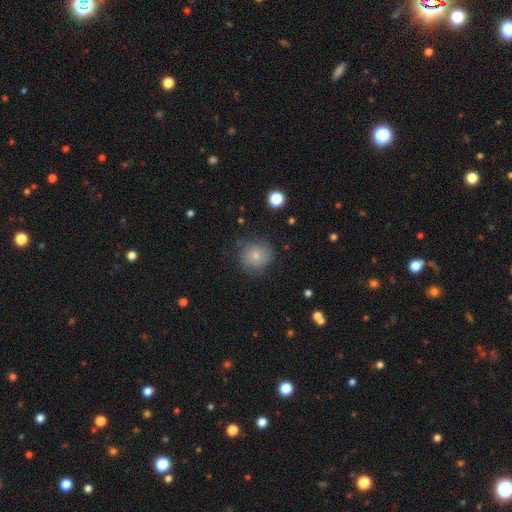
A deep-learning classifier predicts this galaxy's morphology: smooth 78%, featured or disk 13%, star or artifact 9%. Down the decision tree: how rounded — round (86%); merging — none (76%).